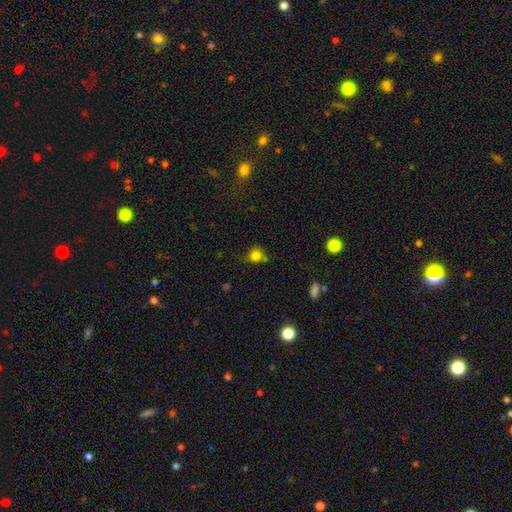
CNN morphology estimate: smooth-or-featured: smooth: 79% | star or artifact: 14% | featured or disk: 7%
  how-rounded: round: 82% | in between: 17% | cigar-shaped: 1%
  merging: none: 59% | minor disturbance: 26% | major disturbance: 9% | merger: 7%